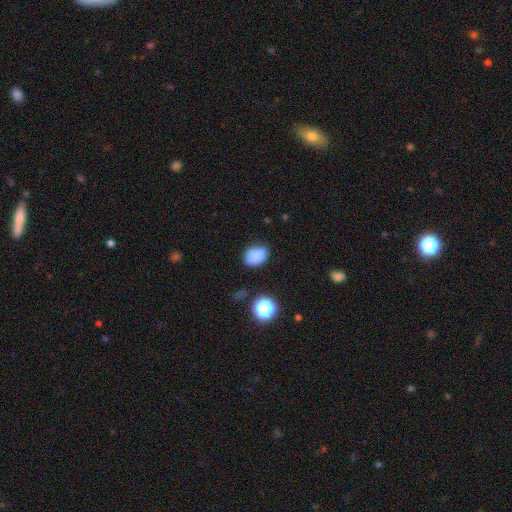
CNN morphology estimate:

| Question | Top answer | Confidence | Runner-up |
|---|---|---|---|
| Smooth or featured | smooth | 83% | star or artifact (11%) |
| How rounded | in between | 68% | round (30%) |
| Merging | none | 69% | minor disturbance (23%) |